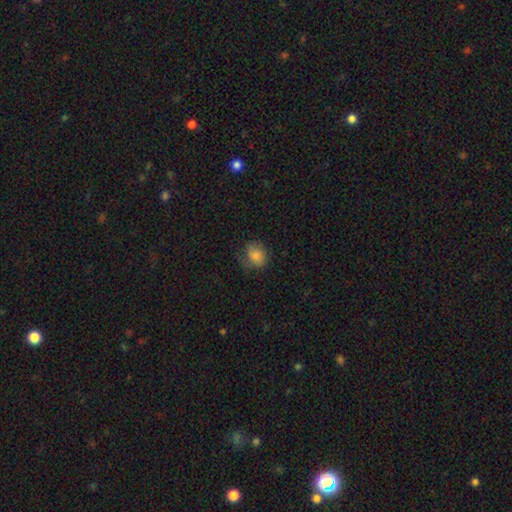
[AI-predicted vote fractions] A smooth galaxy with no disk features (76%) that is round (55%).

Vote fractions:
- Smooth or featured? smooth: 76% / featured or disk: 14% / star or artifact: 10%
- How rounded? round: 55% / in between: 44% / cigar-shaped: 1%
- Merging? none: 60% / minor disturbance: 25% / major disturbance: 14% / merger: 1%